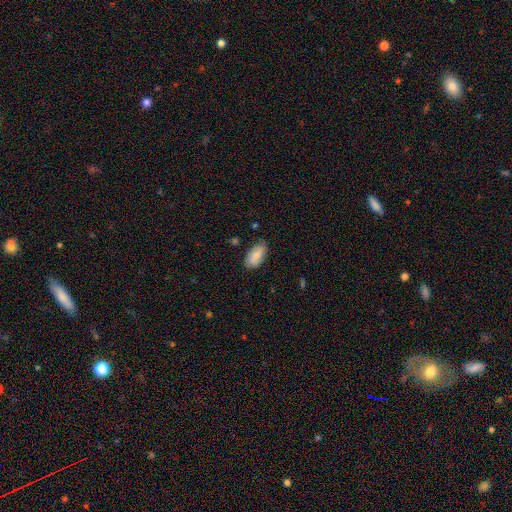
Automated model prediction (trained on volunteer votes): Smooth or featured: smooth — 77% (featured or disk — 17%)
How rounded: in between — 93% (cigar-shaped — 4%)
Merging: none — 76% (minor disturbance — 20%)